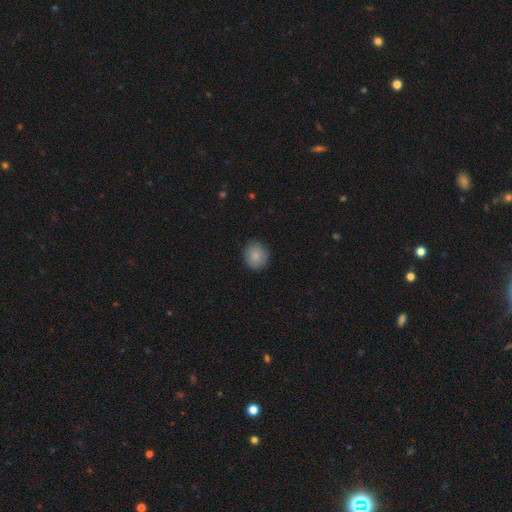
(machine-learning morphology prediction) Smooth or featured? Predicted: smooth (p=0.86). How rounded? Predicted: round (p=0.84). Merging? Predicted: none (p=0.88).